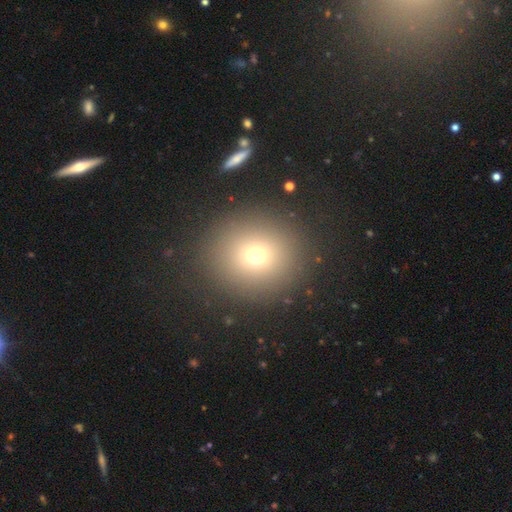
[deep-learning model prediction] Q: Smooth or featured?
A: smooth (71%); runner-up: star or artifact (19%)
Q: How rounded?
A: round (90%); runner-up: in between (9%)
Q: Merging?
A: none (88%); runner-up: minor disturbance (6%)